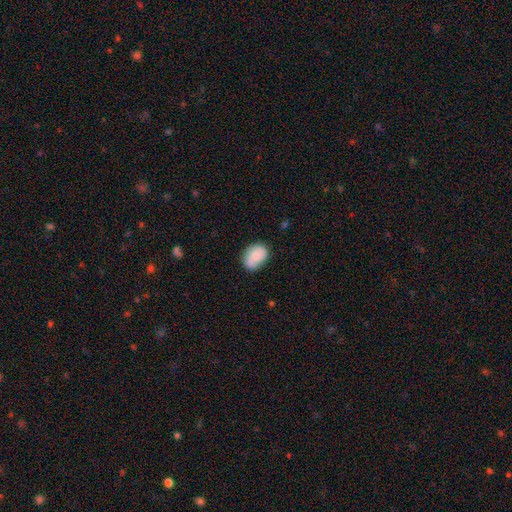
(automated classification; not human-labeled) Smooth or featured? smooth (70%)
How rounded? in between (74%)
Merging? none (64%)